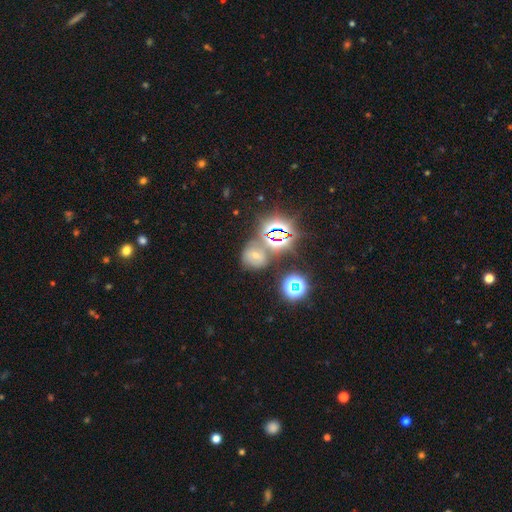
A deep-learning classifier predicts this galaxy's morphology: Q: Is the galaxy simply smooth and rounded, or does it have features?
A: star or artifact — 41%.